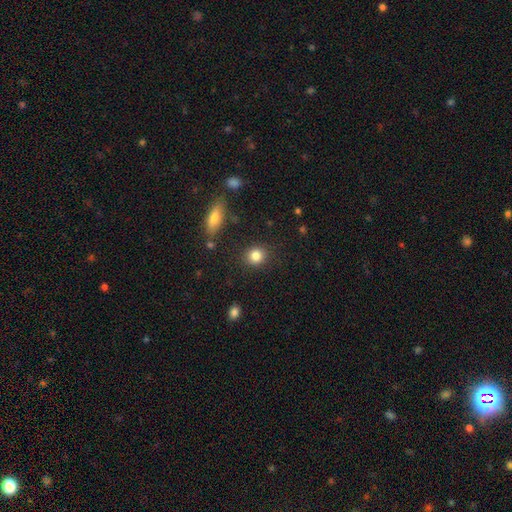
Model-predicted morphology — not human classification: Smooth or featured? Predicted: smooth (p=0.84). How rounded? Predicted: round (p=0.79). Merging? Predicted: none (p=0.87).